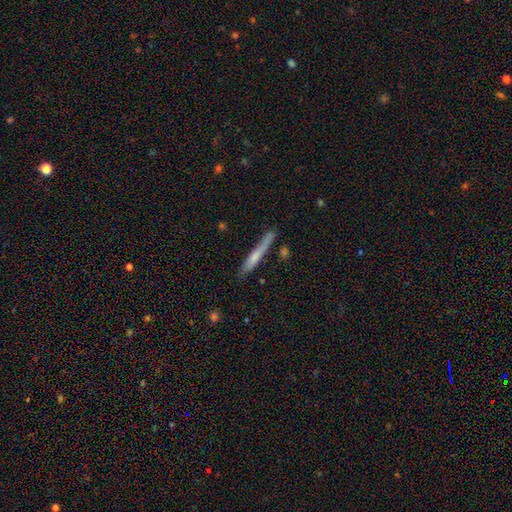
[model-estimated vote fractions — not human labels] Smooth or featured? Predicted: smooth (p=0.56). How rounded? Predicted: cigar-shaped (p=0.95). Merging? Predicted: none (p=0.75).